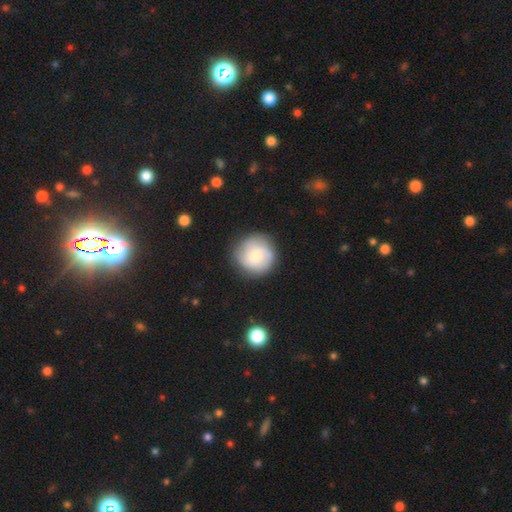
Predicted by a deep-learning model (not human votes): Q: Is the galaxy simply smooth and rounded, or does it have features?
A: smooth — 66%.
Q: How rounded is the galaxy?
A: round — 93%.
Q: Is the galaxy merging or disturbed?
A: none — 78%.